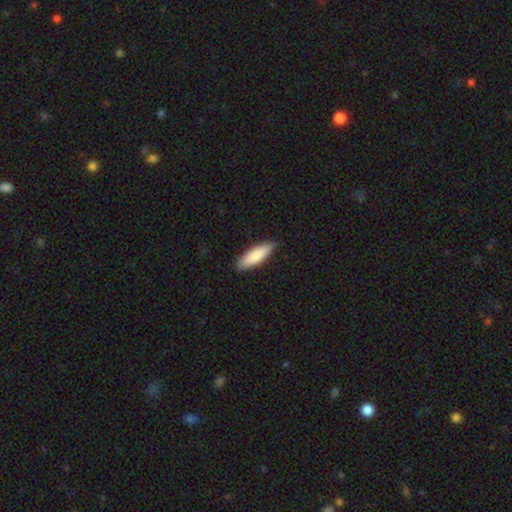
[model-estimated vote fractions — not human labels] smooth_or_featured: smooth (p=0.82) [alt: featured or disk p=0.13]
how_rounded: cigar-shaped (p=0.52) [alt: in between p=0.47]
merging: none (p=0.87) [alt: minor disturbance p=0.11]